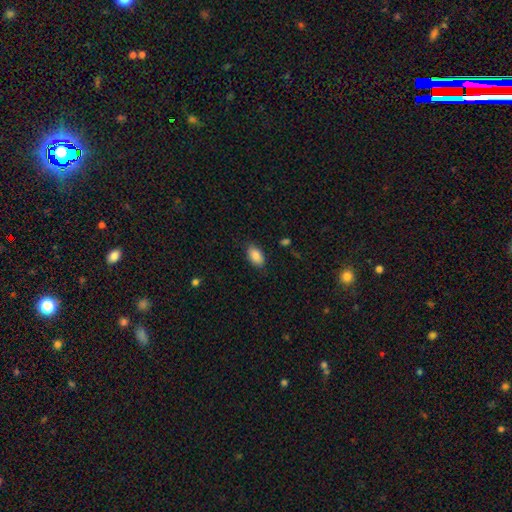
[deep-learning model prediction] Morphology: type=smooth (88%); roundness=in between (93%); merging=none (84%).